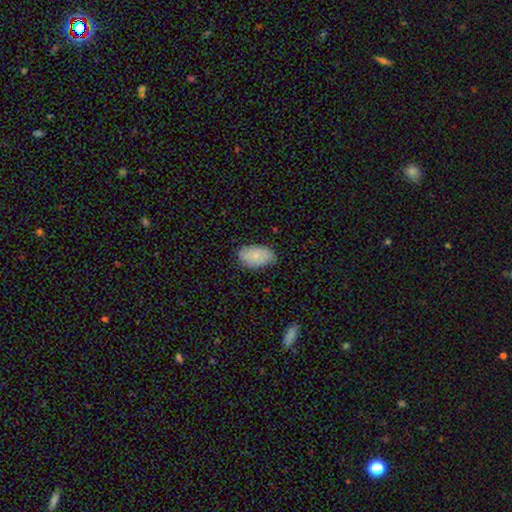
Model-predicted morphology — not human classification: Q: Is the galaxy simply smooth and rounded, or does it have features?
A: smooth — 83%.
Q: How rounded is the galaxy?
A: in between — 94%.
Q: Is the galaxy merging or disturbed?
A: none — 75%.